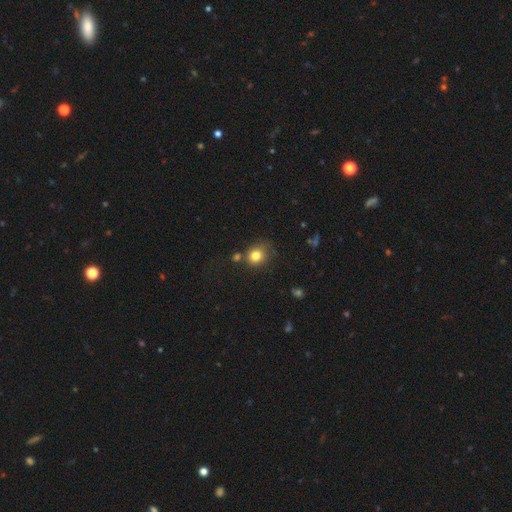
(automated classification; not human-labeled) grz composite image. It shows a smooth galaxy with no disk features (80%) that is round (74%). Merging: none (65%).